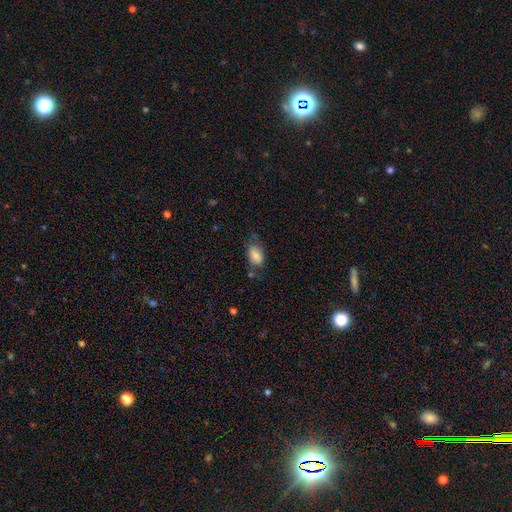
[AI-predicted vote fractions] smooth-or-featured: smooth: 78% | featured or disk: 14% | star or artifact: 8%
  how-rounded: in between: 89% | round: 10% | cigar-shaped: 2%
  merging: none: 51% | minor disturbance: 30% | major disturbance: 13% | merger: 6%